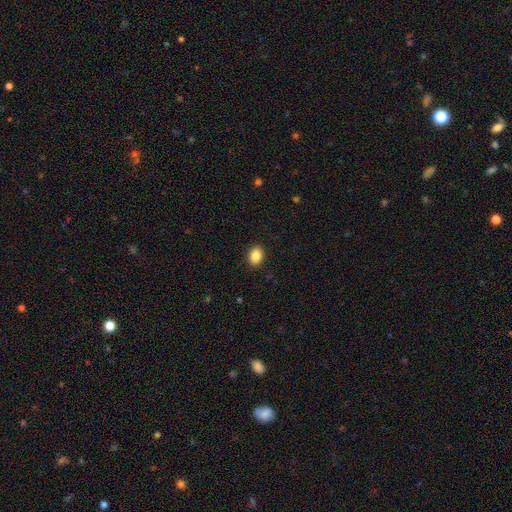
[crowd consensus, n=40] Smooth or featured? 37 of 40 (92%) said smooth. How rounded? 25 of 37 (68%) said in between. Merging? 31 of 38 (82%) said none.